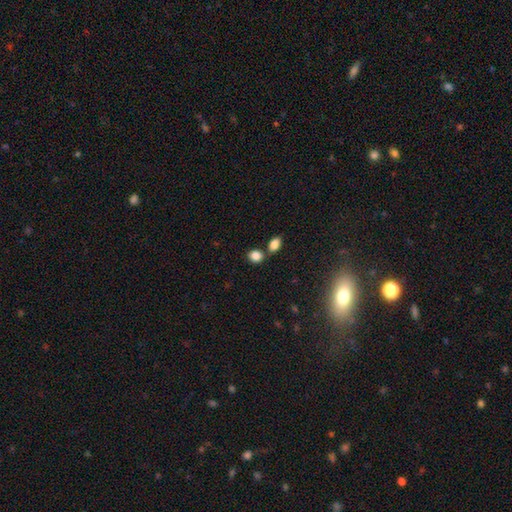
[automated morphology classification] smooth 86%, star or artifact 10%, featured or disk 5%. Down the decision tree: how rounded — round (51%); merging — none (64%).